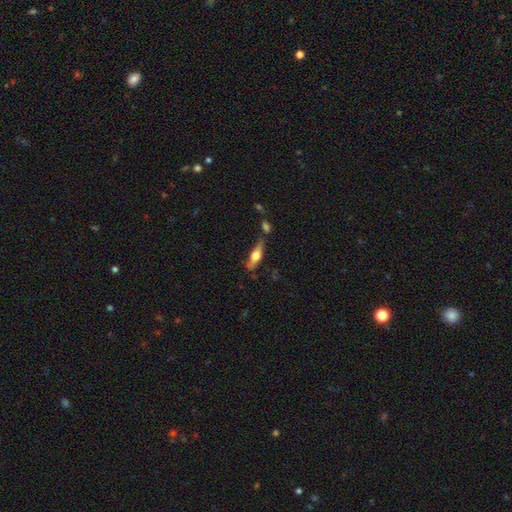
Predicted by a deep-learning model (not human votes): Q: Smooth or featured?
A: featured or disk (51%); runner-up: smooth (43%)
Q: Edge-on disk?
A: yes (90%); runner-up: no (10%)
Q: Merging?
A: none (68%); runner-up: minor disturbance (17%)